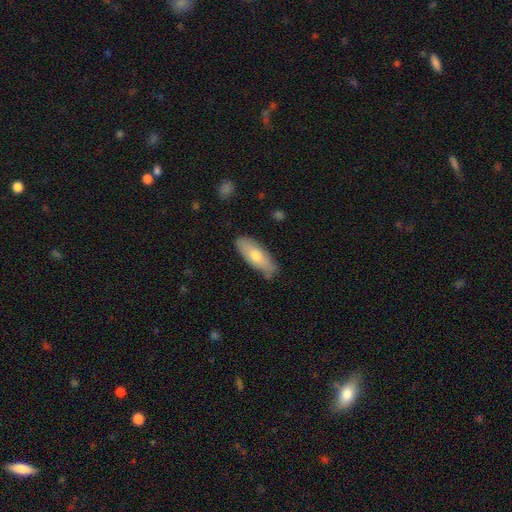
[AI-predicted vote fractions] Overall: smooth (68%). How rounded: in between (71%). Merging: none (79%).